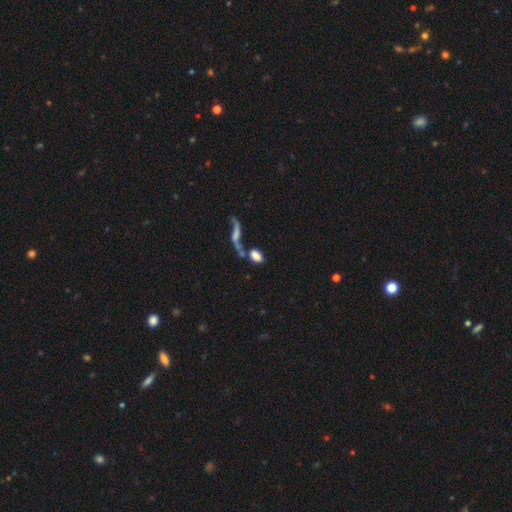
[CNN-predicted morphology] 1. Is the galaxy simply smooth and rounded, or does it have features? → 72% smooth, 18% featured or disk, 10% star or artifact.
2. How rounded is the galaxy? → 85% in between, 9% round, 6% cigar-shaped.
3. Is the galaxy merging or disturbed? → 43% merger, 34% none, 11% minor disturbance, 11% major disturbance.